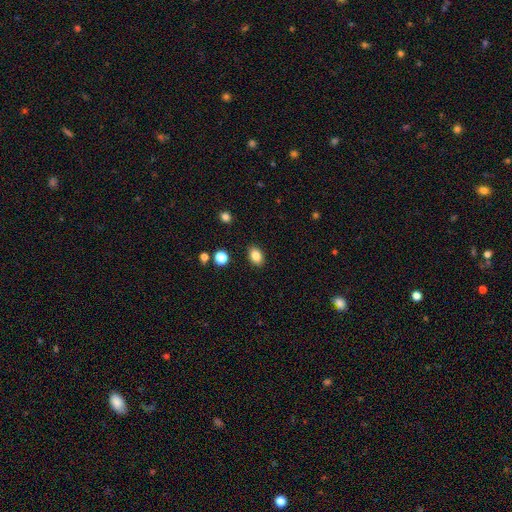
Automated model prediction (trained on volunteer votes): Smooth or featured? Predicted: smooth (p=0.84). How rounded? Predicted: in between (p=0.80). Merging? Predicted: none (p=0.88).